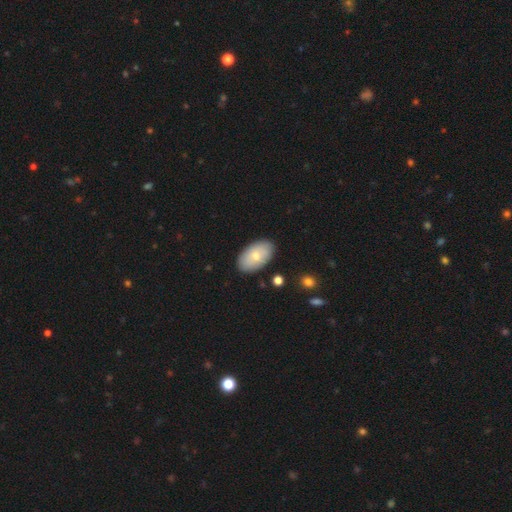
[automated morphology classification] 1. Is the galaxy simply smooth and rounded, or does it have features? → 74% smooth, 20% featured or disk, 6% star or artifact.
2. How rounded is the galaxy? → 94% in between, 4% round, 1% cigar-shaped.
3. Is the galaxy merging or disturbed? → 88% none, 9% minor disturbance, 2% major disturbance, 1% merger.